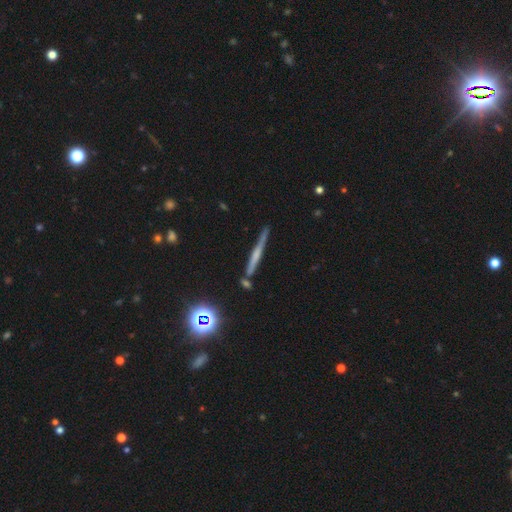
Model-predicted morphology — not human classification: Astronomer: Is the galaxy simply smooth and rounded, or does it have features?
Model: featured or disk — 55% (runner-up: smooth, 31%).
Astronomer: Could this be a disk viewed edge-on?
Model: yes — 96%.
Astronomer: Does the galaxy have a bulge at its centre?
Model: none — 43% (runner-up: rounded, 41%).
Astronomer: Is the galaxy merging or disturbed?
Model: none — 80%.